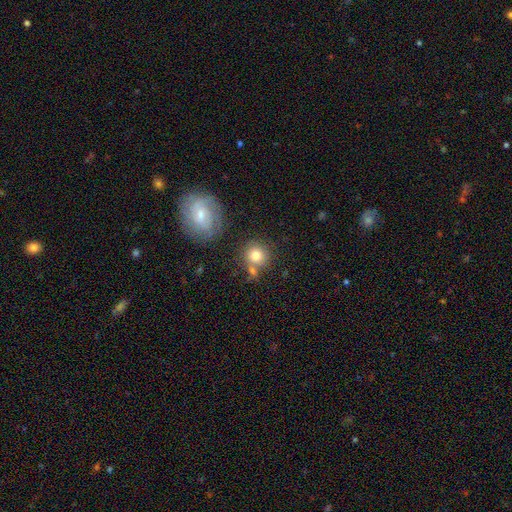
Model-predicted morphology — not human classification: smooth 77%, featured or disk 14%, star or artifact 9%. Down the decision tree: how rounded — round (89%); merging — none (62%).